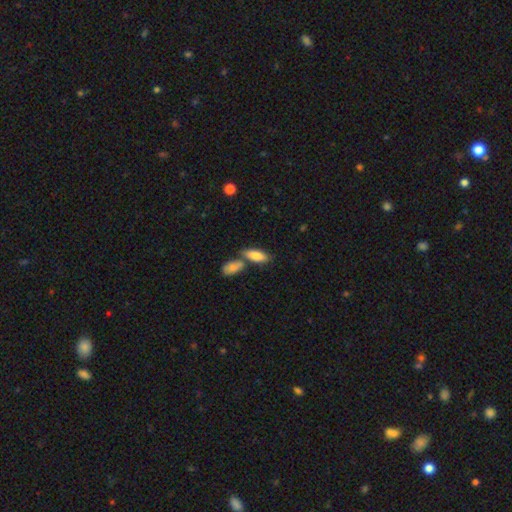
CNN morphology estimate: A smooth galaxy with no disk features (80%) that is in between round and cigar-shaped (75%). Merging: none (52%).